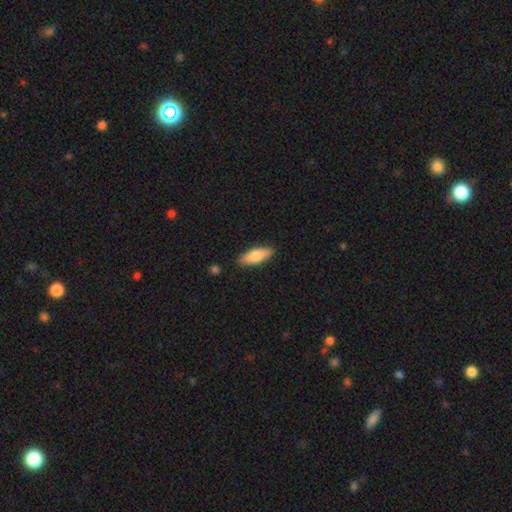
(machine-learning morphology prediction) Smooth or featured? smooth (77%)
How rounded? in between (61%)
Merging? none (88%)